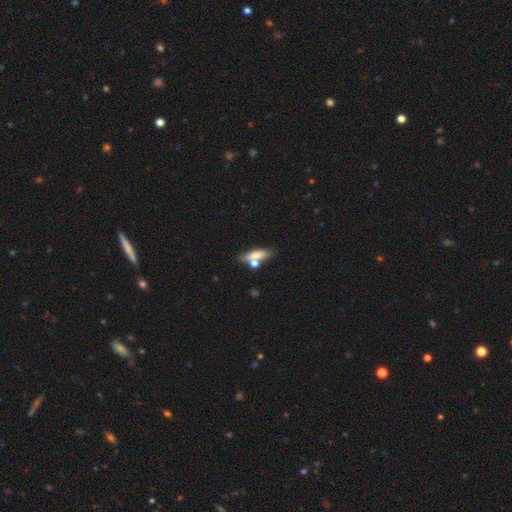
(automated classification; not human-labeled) The model was most divided on "how rounded": cigar-shaped: 53%, in between: 41%, round: 5%. More confident: smooth or featured — smooth (71%); merging — none (60%).